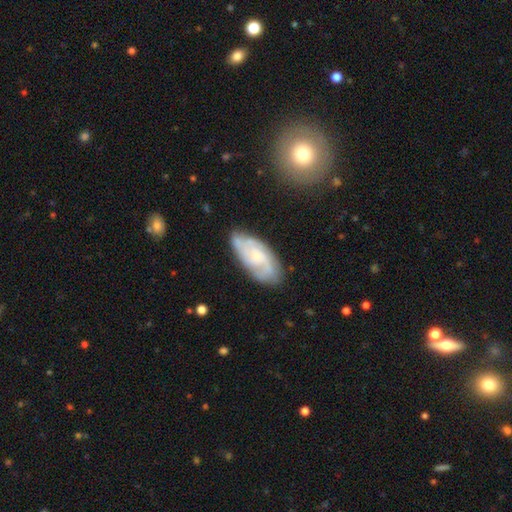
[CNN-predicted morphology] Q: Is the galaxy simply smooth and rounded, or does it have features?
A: featured or disk — 72%.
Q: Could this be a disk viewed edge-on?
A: no — 94%.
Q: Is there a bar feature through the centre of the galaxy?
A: no — 66%.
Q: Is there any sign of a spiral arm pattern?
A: yes — 92%.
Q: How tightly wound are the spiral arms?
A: tight — 45%.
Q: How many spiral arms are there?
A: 2 — 33%.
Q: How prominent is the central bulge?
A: small — 66%.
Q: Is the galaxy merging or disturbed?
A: none — 73%.